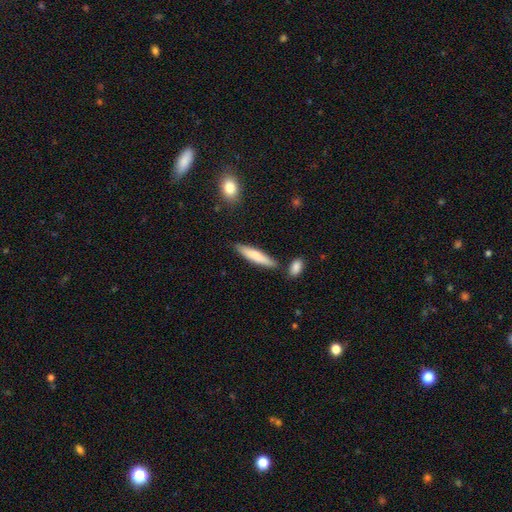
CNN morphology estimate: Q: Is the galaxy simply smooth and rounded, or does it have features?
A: smooth — 76%.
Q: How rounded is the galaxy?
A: cigar-shaped — 84%.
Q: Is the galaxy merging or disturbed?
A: none — 80%.